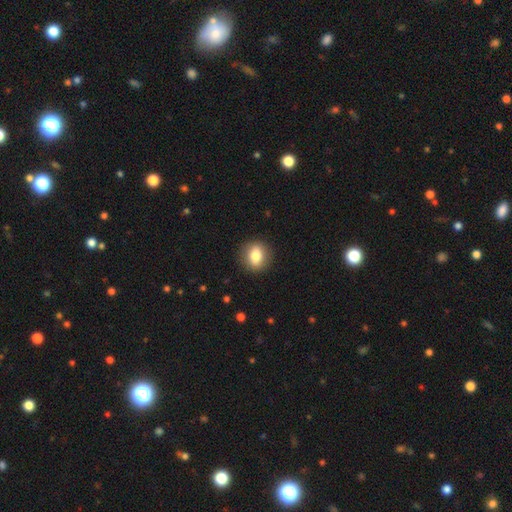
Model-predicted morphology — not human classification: smooth-or-featured: smooth: 78% | featured or disk: 14% | star or artifact: 8%
  how-rounded: round: 68% | in between: 31% | cigar-shaped: 1%
  merging: none: 89% | minor disturbance: 7% | major disturbance: 2% | merger: 1%